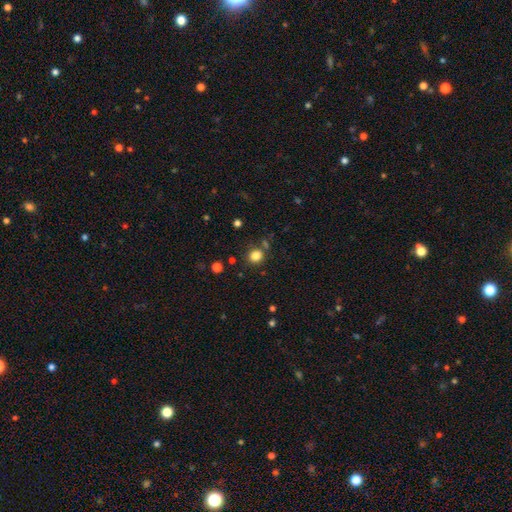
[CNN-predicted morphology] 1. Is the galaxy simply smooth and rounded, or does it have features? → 82% smooth, 13% star or artifact, 5% featured or disk.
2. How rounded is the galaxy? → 83% round, 16% in between, 1% cigar-shaped.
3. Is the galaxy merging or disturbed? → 80% none, 10% minor disturbance, 6% merger, 3% major disturbance.